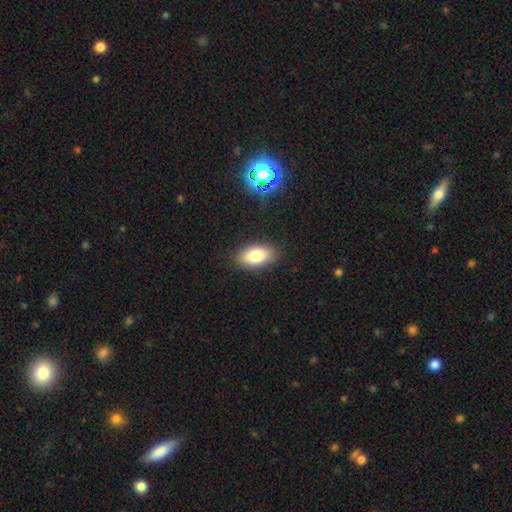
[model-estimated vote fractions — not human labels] Q: Smooth or featured?
A: smooth (81%); runner-up: featured or disk (11%)
Q: How rounded?
A: in between (92%); runner-up: round (4%)
Q: Merging?
A: none (88%); runner-up: minor disturbance (9%)